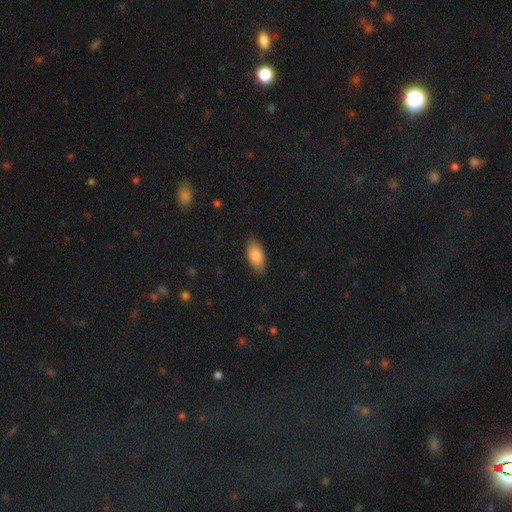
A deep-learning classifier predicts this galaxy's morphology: This appears to be a smooth galaxy with no disk features (85%) that is in between round and cigar-shaped (93%). Merging: none (83%).